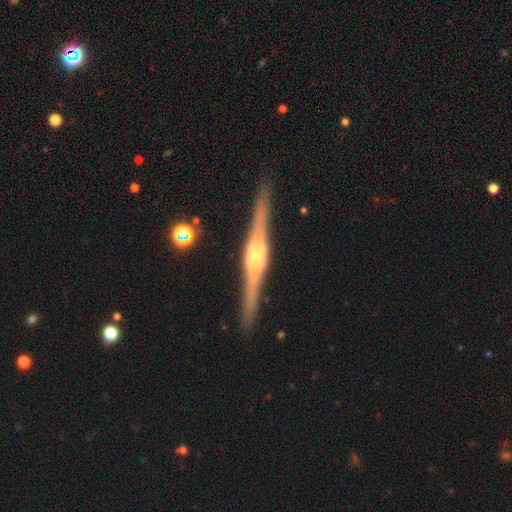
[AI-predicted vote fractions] smooth-or-featured: featured or disk: 84% | smooth: 11% | star or artifact: 5%
  disk-edge-on: yes: 98% | no: 2%
    edge-on-bulge: rounded: 78% | boxy: 18% | none: 4%
  merging: none: 87% | minor disturbance: 9% | major disturbance: 2% | merger: 1%